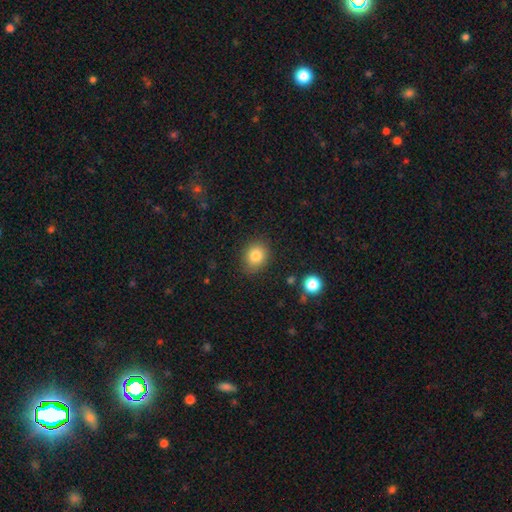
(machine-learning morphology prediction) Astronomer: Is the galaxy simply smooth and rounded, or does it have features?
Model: smooth — 83%.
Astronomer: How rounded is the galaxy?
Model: round — 60% (runner-up: in between, 39%).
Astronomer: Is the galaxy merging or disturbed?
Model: none — 85%.